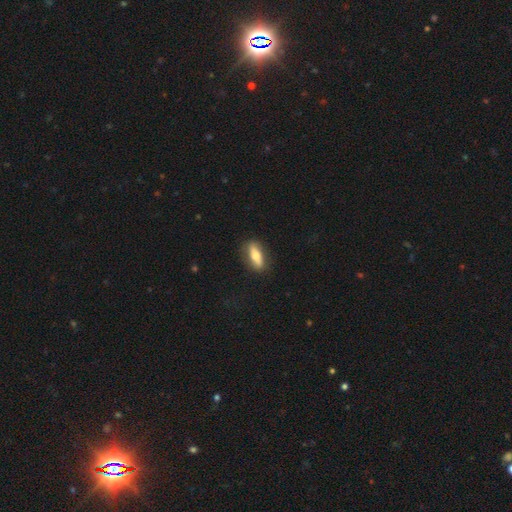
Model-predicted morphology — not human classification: A smooth galaxy with no disk features (61%) that is in between round and cigar-shaped (62%).

Vote fractions:
- Smooth or featured? smooth: 61% / featured or disk: 33% / star or artifact: 6%
- How rounded? in between: 62% / cigar-shaped: 35% / round: 4%
- Merging? none: 83% / minor disturbance: 12% / major disturbance: 3% / merger: 1%